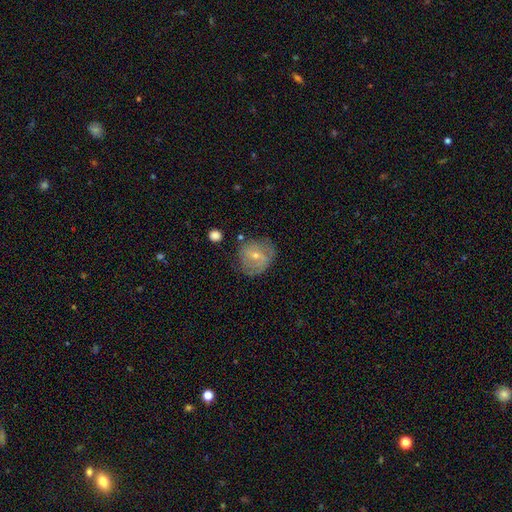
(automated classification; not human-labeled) Morphology: type=featured or disk (62%); edge-on=no (97%); bar=no (51%); spiral arms=yes (81%); bulge=small (56%); merging=none (66%).